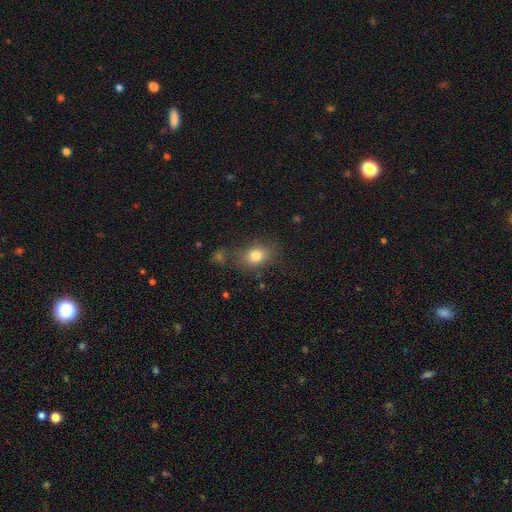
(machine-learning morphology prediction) smooth 80%, star or artifact 11%, featured or disk 10%. Down the decision tree: how rounded — in between (63%); merging — none (70%).